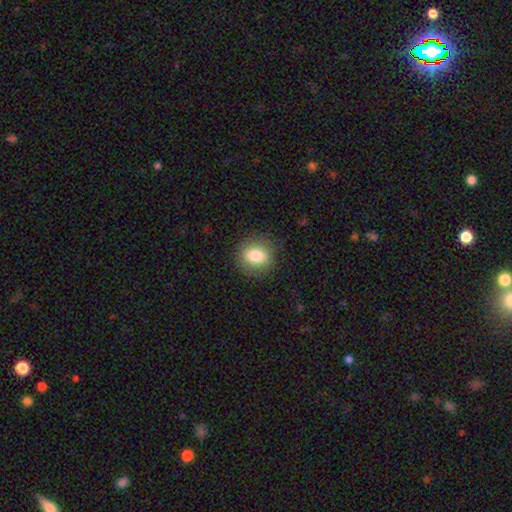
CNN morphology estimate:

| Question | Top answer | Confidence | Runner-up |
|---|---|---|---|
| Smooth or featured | smooth | 79% | featured or disk (12%) |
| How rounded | round | 61% | in between (37%) |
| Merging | none | 86% | minor disturbance (10%) |